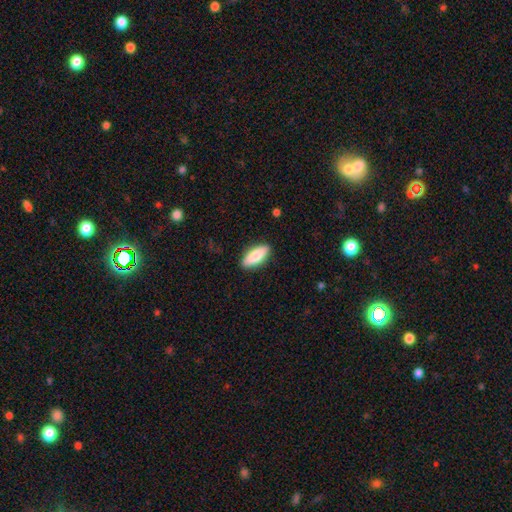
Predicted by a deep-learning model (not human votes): A smooth galaxy with no disk features (77%) that is in between round and cigar-shaped (73%). Merging: none (88%).